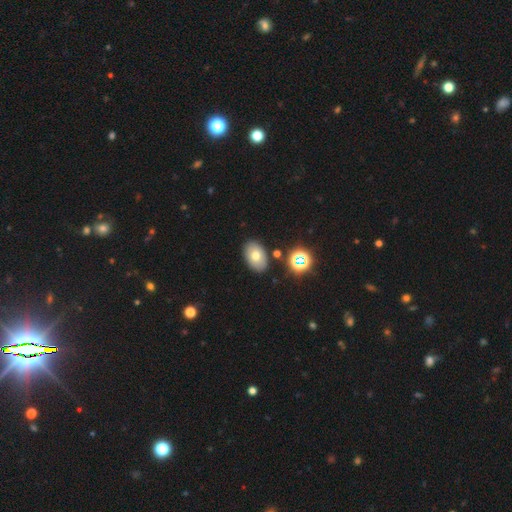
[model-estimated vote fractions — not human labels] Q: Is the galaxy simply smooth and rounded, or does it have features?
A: smooth — 70%.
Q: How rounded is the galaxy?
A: in between — 86%.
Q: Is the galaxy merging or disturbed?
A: none — 85%.